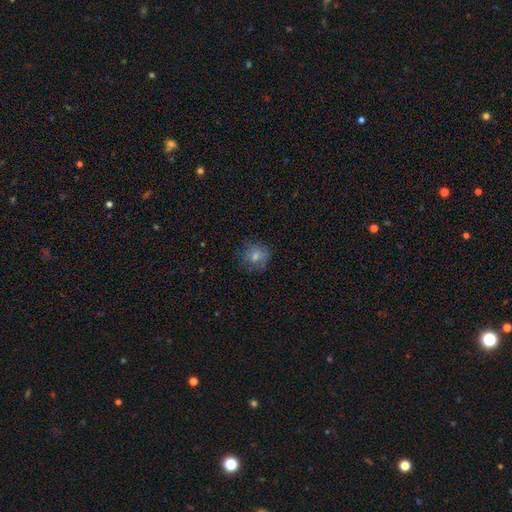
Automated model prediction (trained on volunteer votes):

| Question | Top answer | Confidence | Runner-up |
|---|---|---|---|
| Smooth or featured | smooth | 60% | featured or disk (23%) |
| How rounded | round | 87% | in between (12%) |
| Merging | none | 77% | minor disturbance (16%) |